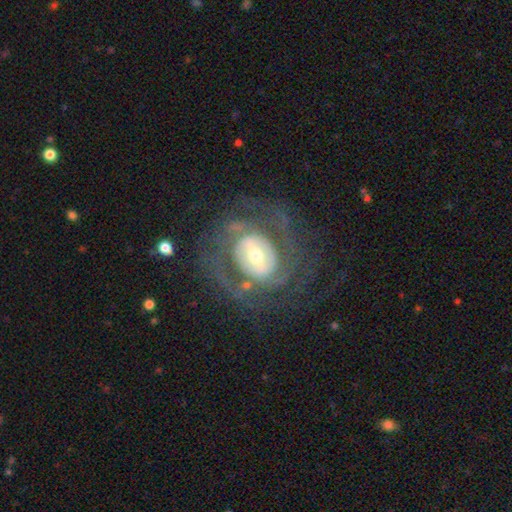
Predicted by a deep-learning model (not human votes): A featured or disk galaxy (84%) with a weak bar (44%), 2 (40%) tight (52%) spiral arms (88%) and a moderate central bulge (52%). Merging: none (65%).